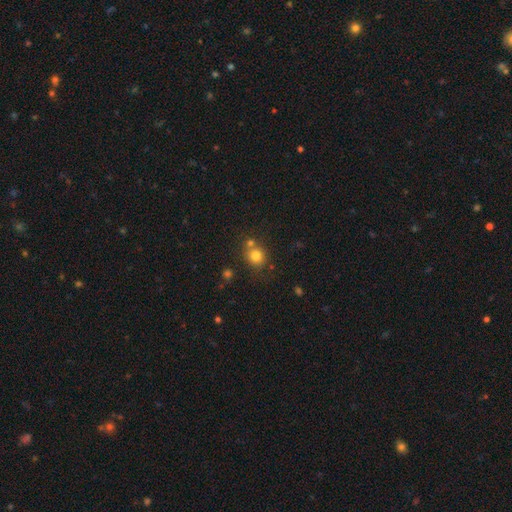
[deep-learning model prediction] Smooth or featured? Predicted: smooth (p=0.79). How rounded? Predicted: round (p=0.83). Merging? Predicted: none (p=0.66).